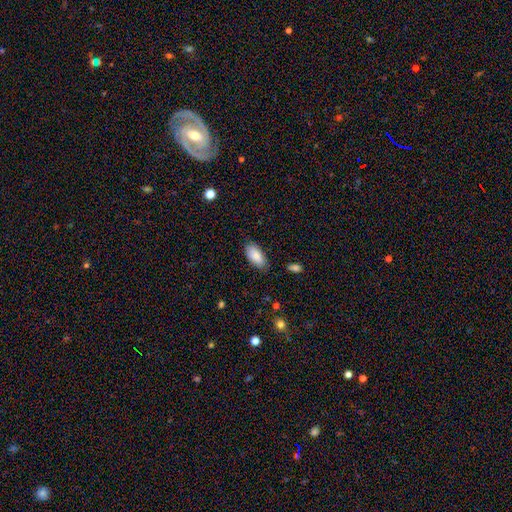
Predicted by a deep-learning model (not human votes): This appears to be a smooth galaxy with no disk features (86%) that is in between round and cigar-shaped (92%). Merging: none (80%).